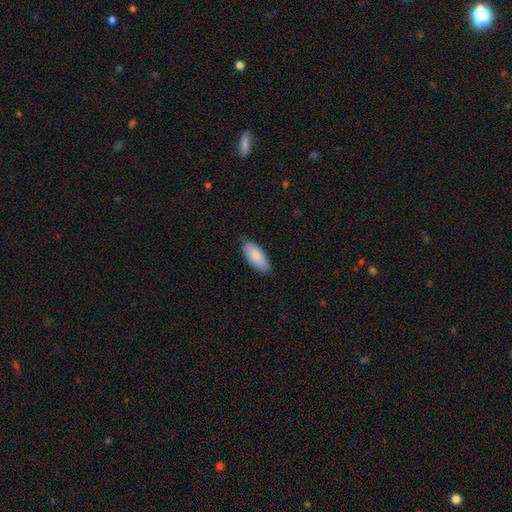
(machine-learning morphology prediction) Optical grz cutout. It shows a smooth galaxy with no disk features (86%) that is in between round and cigar-shaped (88%). Merging: none (81%).